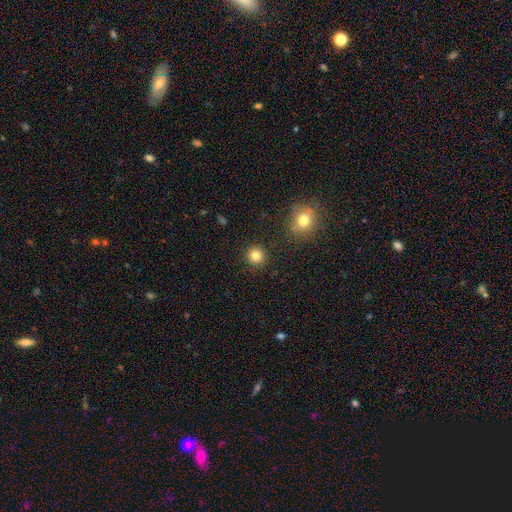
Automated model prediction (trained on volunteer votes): A smooth galaxy with no disk features (82%) that is round (94%).

Vote fractions:
- Smooth or featured? smooth: 82% / star or artifact: 12% / featured or disk: 6%
- How rounded? round: 94% / in between: 5% / cigar-shaped: 1%
- Merging? none: 91% / minor disturbance: 5% / major disturbance: 2% / merger: 2%